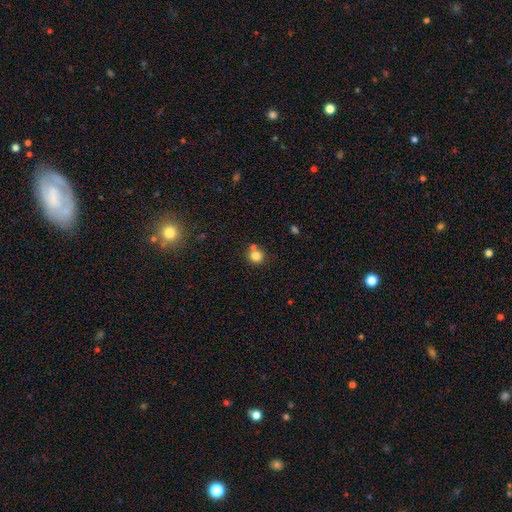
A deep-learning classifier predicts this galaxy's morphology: Q: Smooth or featured?
A: smooth (80%); runner-up: star or artifact (12%)
Q: How rounded?
A: round (89%); runner-up: in between (10%)
Q: Merging?
A: none (62%); runner-up: merger (26%)